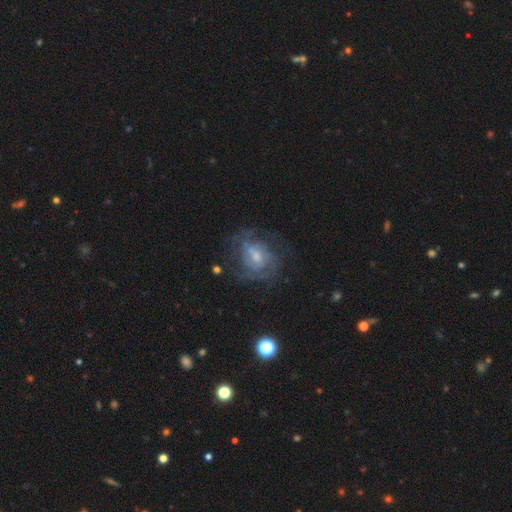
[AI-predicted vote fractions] Smooth or featured: featured or disk — 75% (smooth — 14%)
Edge-on disk: no — 97% (yes — 3%)
Bar: no — 45% (tied with weak — 45%)
Spiral arms: yes — 88% (no — 12%)
Spiral winding: tight — 51% (medium — 38%)
Spiral arm count: can't tell — 44% (2 — 20%)
Bulge size: small — 46% (moderate — 41%)
Merging: none — 68% (minor disturbance — 17%)